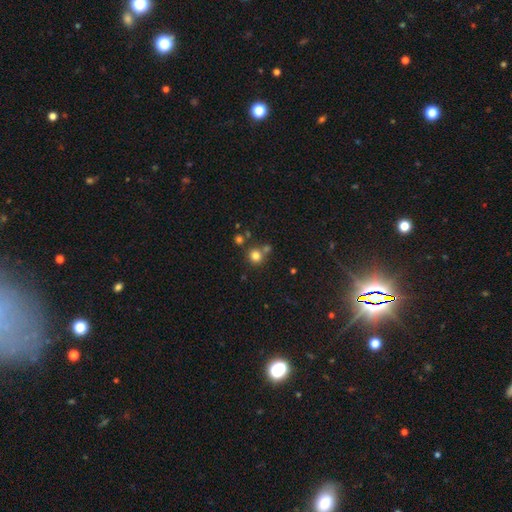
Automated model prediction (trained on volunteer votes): smooth-or-featured: smooth: 79% | star or artifact: 14% | featured or disk: 7%
  how-rounded: round: 90% | in between: 9% | cigar-shaped: 1%
  merging: none: 68% | merger: 21% | minor disturbance: 8% | major disturbance: 3%